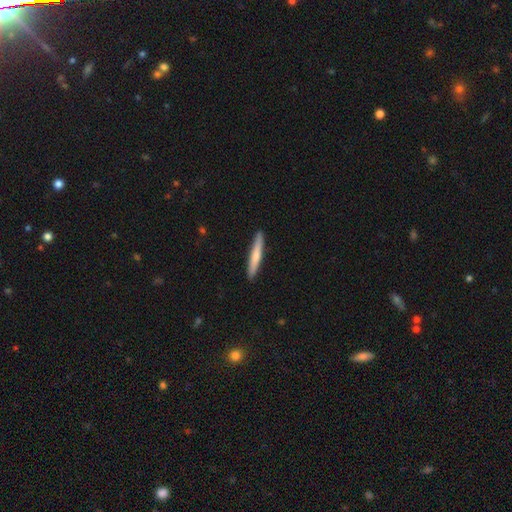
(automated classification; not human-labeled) smooth 65%, featured or disk 30%, star or artifact 5%. Down the decision tree: how rounded — cigar-shaped (95%); merging — none (92%).